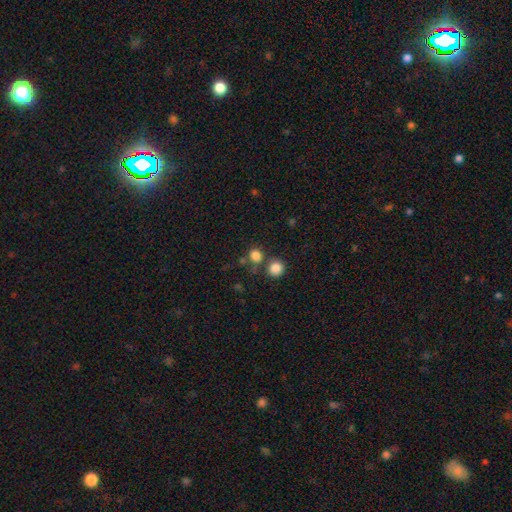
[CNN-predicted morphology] A smooth galaxy with no disk features (81%) that is round (82%).

Vote fractions:
- Smooth or featured? smooth: 81% / star or artifact: 13% / featured or disk: 5%
- How rounded? round: 82% / in between: 17% / cigar-shaped: 1%
- Merging? none: 65% / merger: 22% / minor disturbance: 9% / major disturbance: 4%